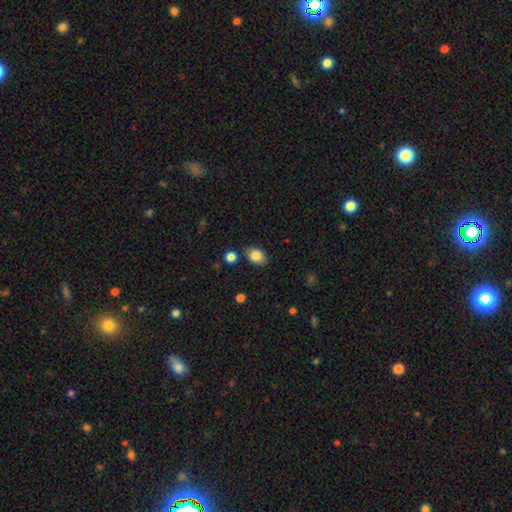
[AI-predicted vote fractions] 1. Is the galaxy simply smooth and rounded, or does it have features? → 85% smooth, 8% star or artifact, 7% featured or disk.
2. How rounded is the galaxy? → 76% in between, 22% round, 1% cigar-shaped.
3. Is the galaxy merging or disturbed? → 82% none, 12% minor disturbance, 4% merger, 3% major disturbance.